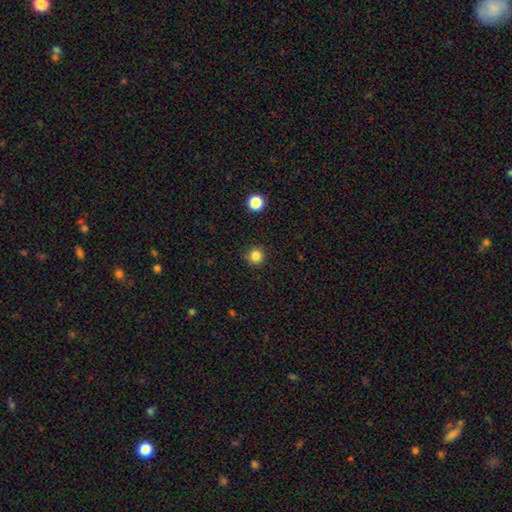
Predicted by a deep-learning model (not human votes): Overall: smooth (83%). How rounded: round (95%). Merging: none (91%).